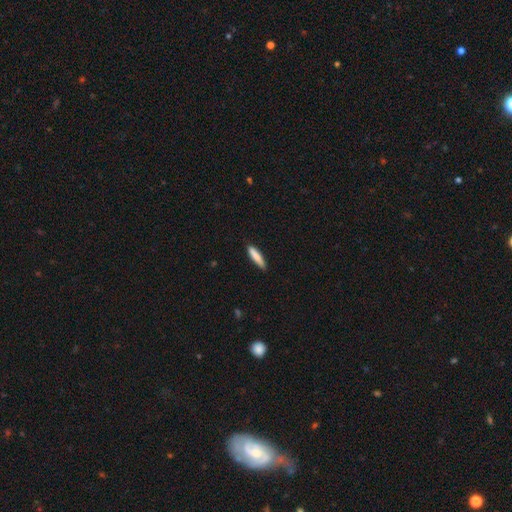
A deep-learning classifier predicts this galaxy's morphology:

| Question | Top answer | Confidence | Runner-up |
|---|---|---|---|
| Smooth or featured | smooth | 84% | featured or disk (10%) |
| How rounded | cigar-shaped | 81% | in between (17%) |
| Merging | none | 85% | minor disturbance (12%) |